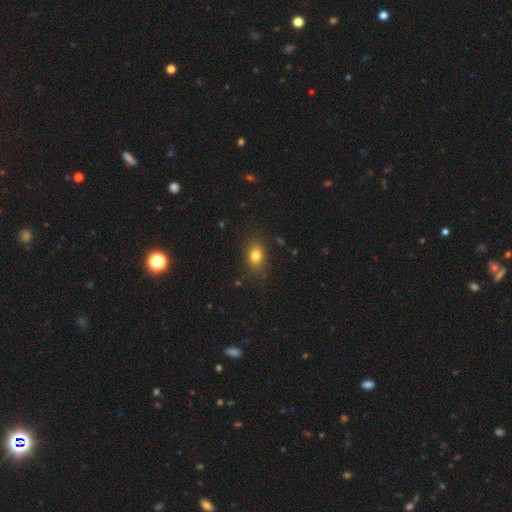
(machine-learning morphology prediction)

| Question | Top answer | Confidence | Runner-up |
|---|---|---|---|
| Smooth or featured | smooth | 80% | star or artifact (12%) |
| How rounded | in between | 68% | round (30%) |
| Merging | none | 83% | minor disturbance (12%) |